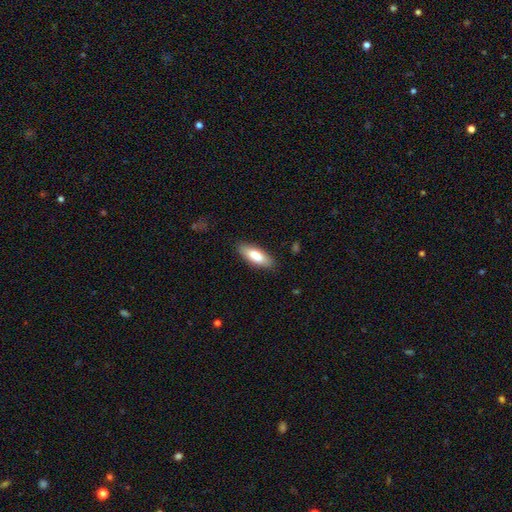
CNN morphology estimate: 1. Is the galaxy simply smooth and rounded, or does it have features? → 82% smooth, 13% featured or disk, 6% star or artifact.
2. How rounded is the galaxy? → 68% in between, 30% cigar-shaped, 2% round.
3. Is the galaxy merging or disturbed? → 86% none, 11% minor disturbance, 3% major disturbance, 1% merger.